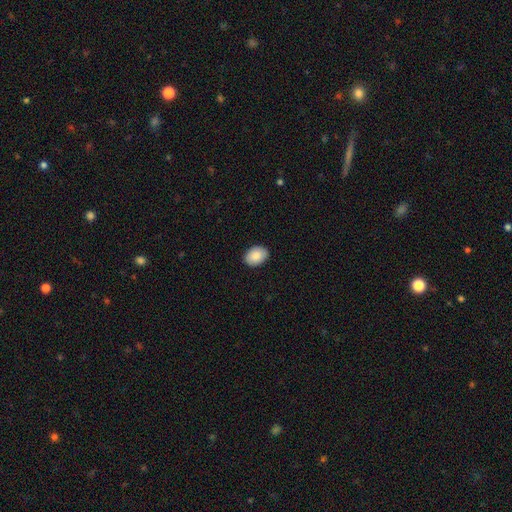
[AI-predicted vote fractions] The model was most divided on "how rounded": in between: 80%, round: 19%, cigar-shaped: 1%. More confident: merging — none (89%); smooth or featured — smooth (89%).